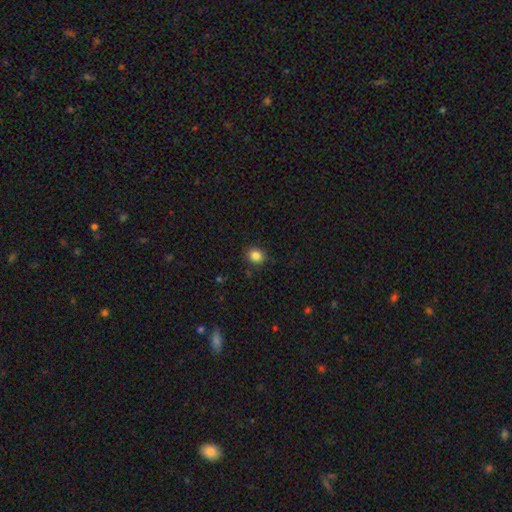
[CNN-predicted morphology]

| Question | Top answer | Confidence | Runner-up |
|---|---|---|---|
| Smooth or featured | smooth | 85% | star or artifact (11%) |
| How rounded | round | 81% | in between (18%) |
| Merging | none | 88% | minor disturbance (8%) |